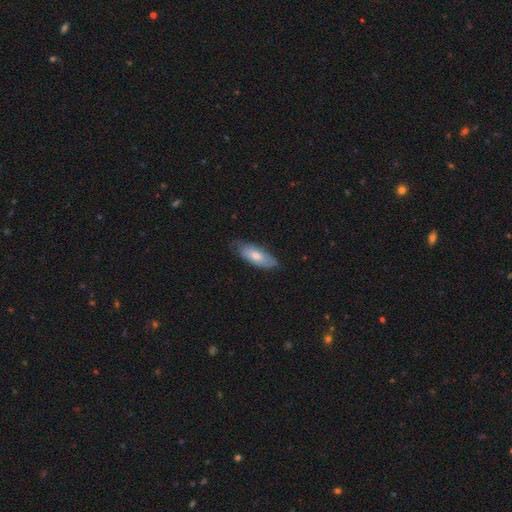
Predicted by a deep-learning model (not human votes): Morphology: type=smooth (63%); roundness=in between (69%); merging=none (77%).